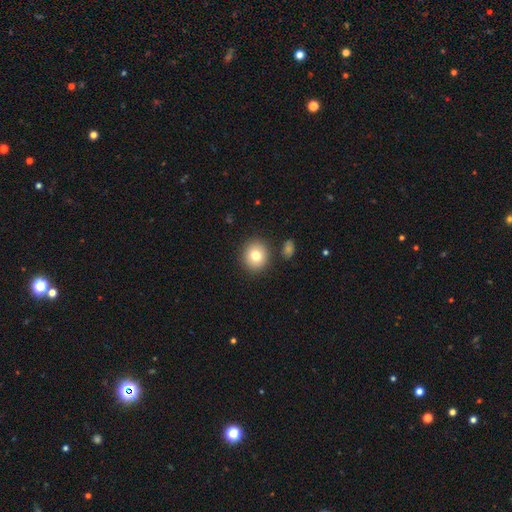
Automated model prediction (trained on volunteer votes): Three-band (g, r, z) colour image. It shows a smooth galaxy with no disk features (78%) that is round (81%). Merging: none (87%).